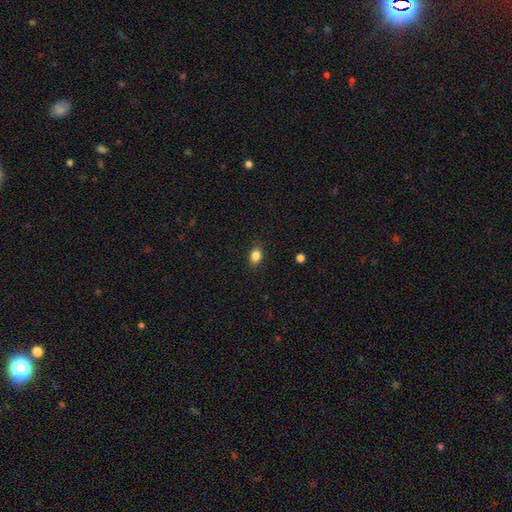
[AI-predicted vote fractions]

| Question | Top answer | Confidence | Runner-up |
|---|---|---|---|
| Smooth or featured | smooth | 85% | star or artifact (10%) |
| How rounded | in between | 73% | round (25%) |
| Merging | none | 86% | minor disturbance (10%) |